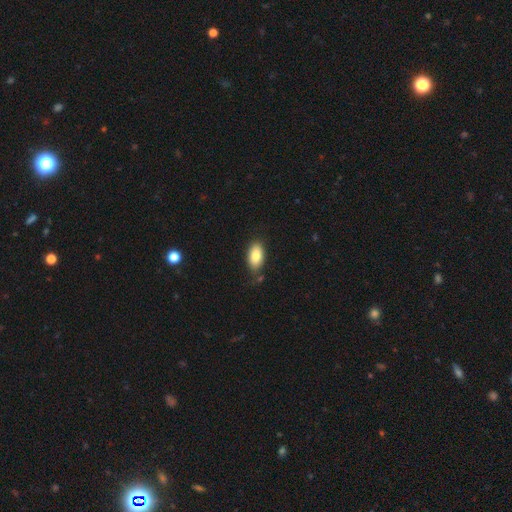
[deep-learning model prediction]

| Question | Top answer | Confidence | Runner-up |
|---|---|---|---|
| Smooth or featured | smooth | 81% | featured or disk (11%) |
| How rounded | in between | 93% | round (5%) |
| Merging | none | 79% | minor disturbance (14%) |